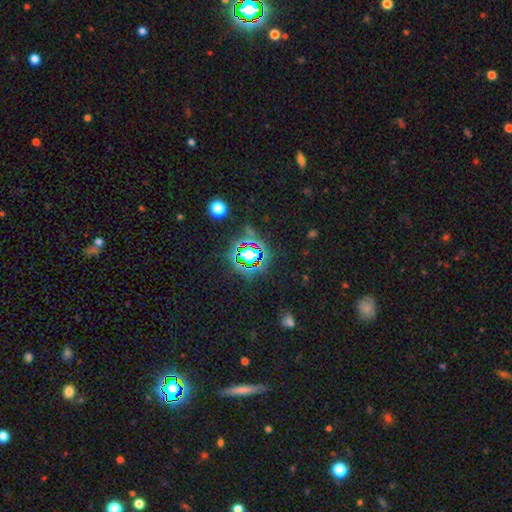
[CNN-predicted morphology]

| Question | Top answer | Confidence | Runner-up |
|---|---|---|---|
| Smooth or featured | star or artifact | 78% | smooth (14%) |